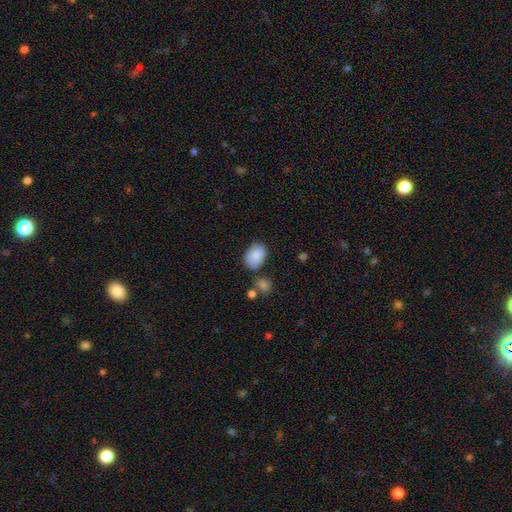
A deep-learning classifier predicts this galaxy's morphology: Smooth or featured: smooth — 87% (star or artifact — 7%)
How rounded: in between — 80% (round — 19%)
Merging: none — 68% (minor disturbance — 19%)